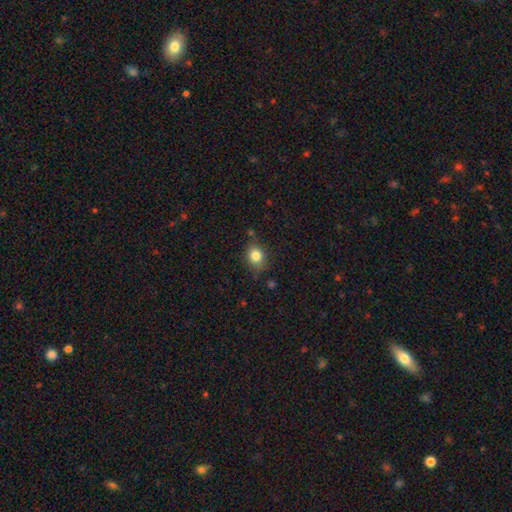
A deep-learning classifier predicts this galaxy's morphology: Q: Smooth or featured?
A: smooth (82%); runner-up: star or artifact (10%)
Q: How rounded?
A: round (52%); runner-up: in between (46%)
Q: Merging?
A: none (75%); runner-up: minor disturbance (17%)